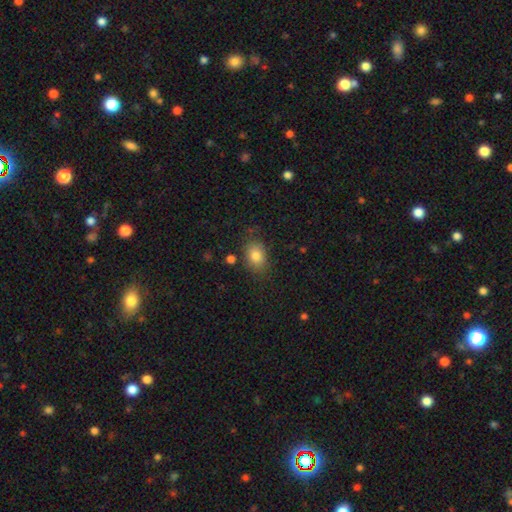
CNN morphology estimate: A smooth galaxy with no disk features (82%) that is in between round and cigar-shaped (74%).

Vote fractions:
- Smooth or featured? smooth: 82% / star or artifact: 10% / featured or disk: 8%
- How rounded? in between: 74% / round: 25% / cigar-shaped: 1%
- Merging? none: 76% / minor disturbance: 16% / major disturbance: 5% / merger: 3%